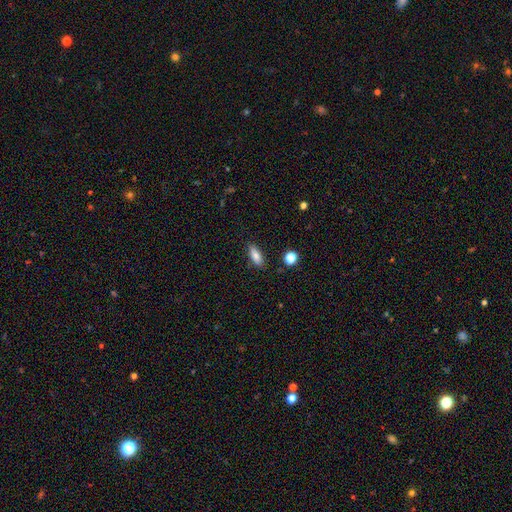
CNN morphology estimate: type=smooth (82%); roundness=in between (73%); merging=none (86%).